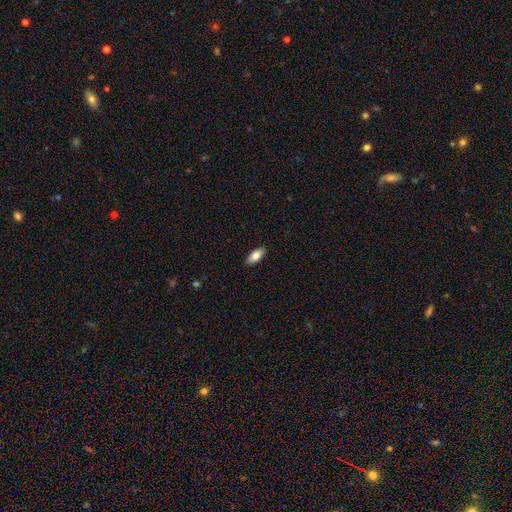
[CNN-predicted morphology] Smooth or featured?
  - smooth: 83% *
  - featured or disk: 10%
  - star or artifact: 6%
How rounded?
  - in between: 88% *
  - cigar-shaped: 10%
  - round: 2%
Merging?
  - none: 89% *
  - minor disturbance: 8%
  - major disturbance: 2%
  - merger: 1%